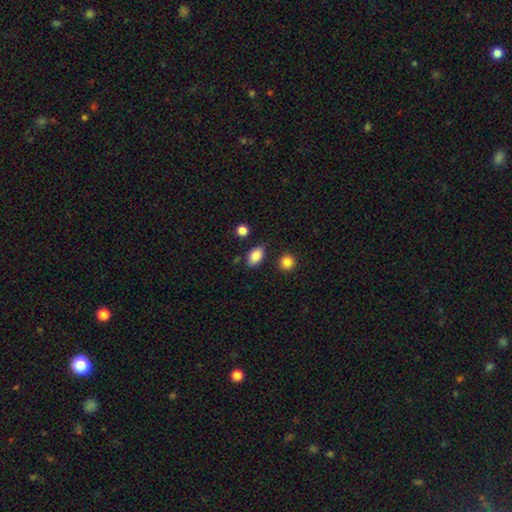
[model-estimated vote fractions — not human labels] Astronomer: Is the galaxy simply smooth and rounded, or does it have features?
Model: smooth — 86%.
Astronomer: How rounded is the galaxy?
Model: in between — 85%.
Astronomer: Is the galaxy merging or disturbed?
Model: none — 80%.